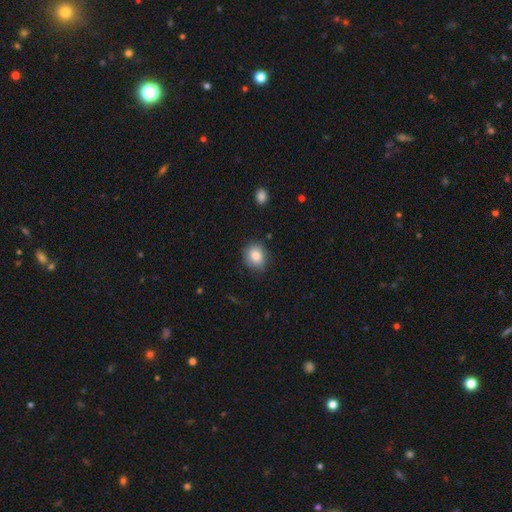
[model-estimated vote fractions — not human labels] Morphology: type=smooth (86%); roundness=round (58%); merging=none (77%).